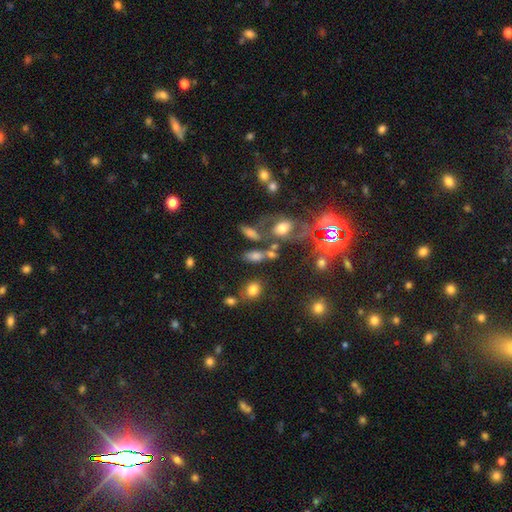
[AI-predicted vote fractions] This appears to be a smooth galaxy with no disk features (65%) that is in between round and cigar-shaped (71%). Merging: none (57%).